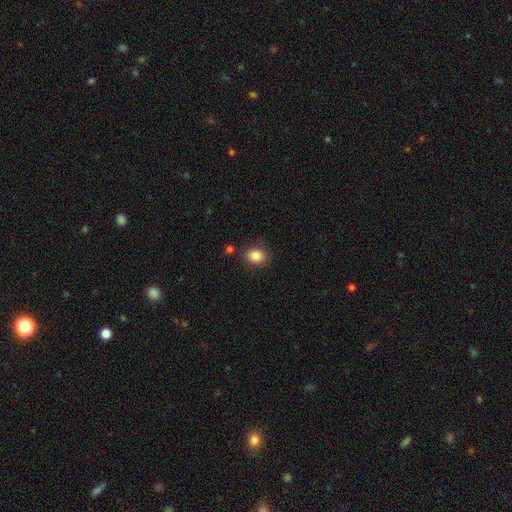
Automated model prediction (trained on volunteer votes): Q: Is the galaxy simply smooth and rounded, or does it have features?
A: smooth — 85%.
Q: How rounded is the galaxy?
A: round — 55%.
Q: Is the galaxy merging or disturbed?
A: none — 84%.